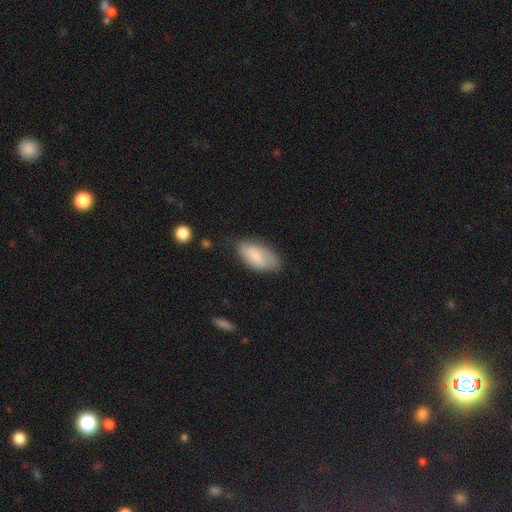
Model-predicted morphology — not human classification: Smooth or featured: smooth — 81% (featured or disk — 13%)
How rounded: in between — 92% (cigar-shaped — 6%)
Merging: none — 65% (minor disturbance — 27%)